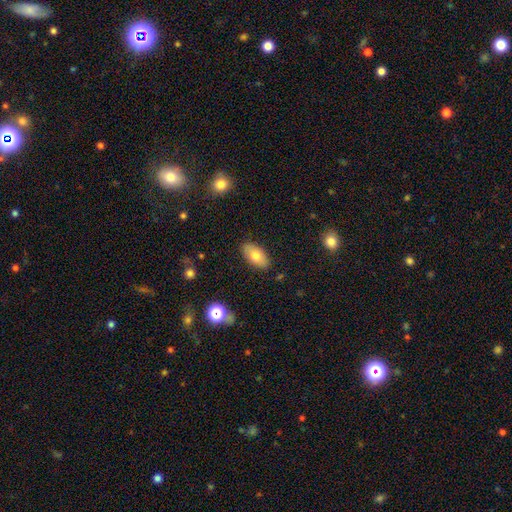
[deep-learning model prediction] This is likely a smooth galaxy (75%). How rounded: clearly in between (92%). Merging: clearly none (86%).